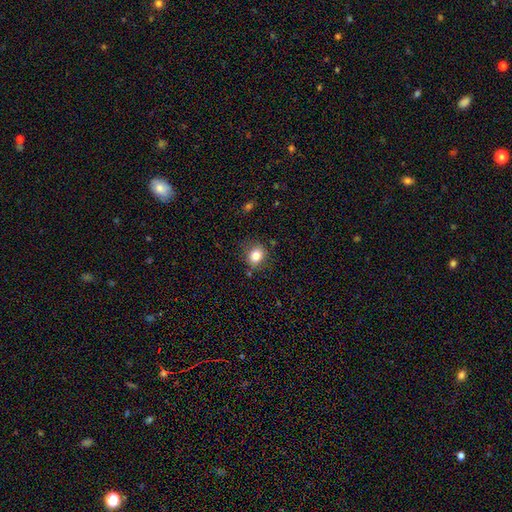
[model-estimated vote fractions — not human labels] This appears to be a smooth galaxy with no disk features (81%) that is round (65%). Merging: none (78%).